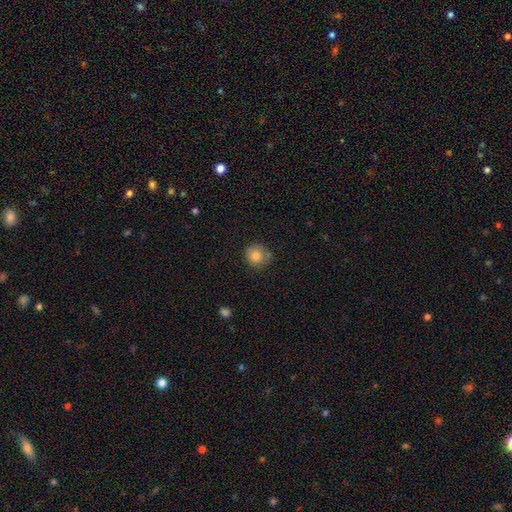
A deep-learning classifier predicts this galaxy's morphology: A smooth galaxy with no disk features (81%) that is round (88%).

Vote fractions:
- Smooth or featured? smooth: 81% / star or artifact: 10% / featured or disk: 9%
- How rounded? round: 88% / in between: 11% / cigar-shaped: 1%
- Merging? none: 72% / minor disturbance: 18% / merger: 7% / major disturbance: 4%